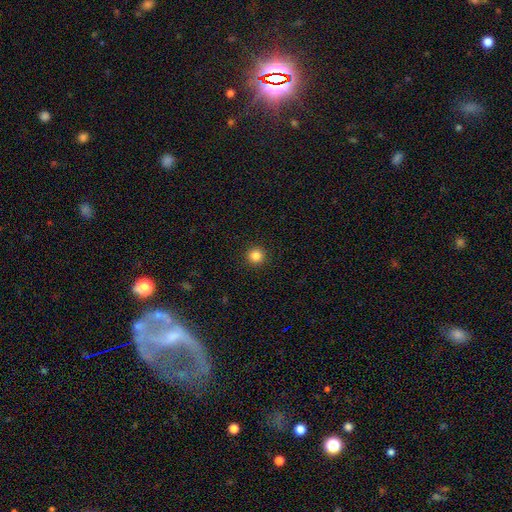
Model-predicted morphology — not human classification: smooth-or-featured: smooth: 85% | star or artifact: 11% | featured or disk: 4%
  how-rounded: round: 96% | in between: 3% | cigar-shaped: 1%
  merging: none: 93% | minor disturbance: 4% | major disturbance: 2% | merger: 1%